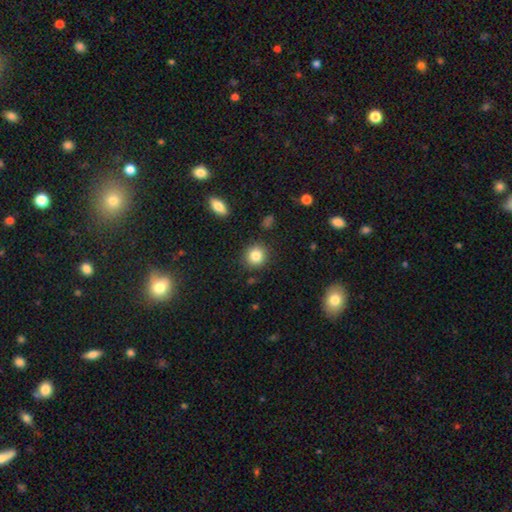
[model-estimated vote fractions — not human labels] Smooth or featured: smooth — 85% (star or artifact — 10%)
How rounded: round — 88% (in between — 11%)
Merging: none — 88% (minor disturbance — 8%)